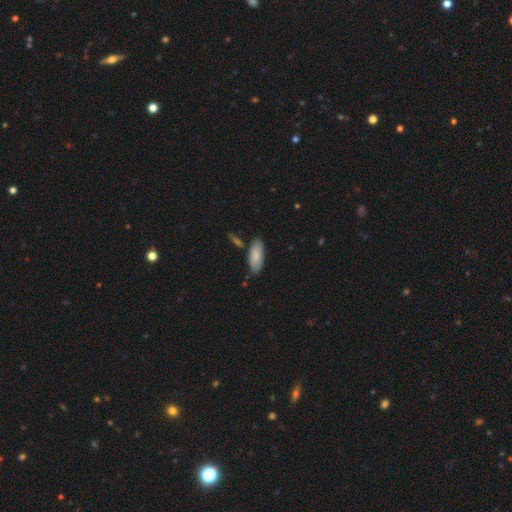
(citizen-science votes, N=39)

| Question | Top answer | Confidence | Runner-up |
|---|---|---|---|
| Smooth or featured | smooth | 82% | featured or disk (10%) |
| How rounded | in between | 72% | cigar-shaped (28%) |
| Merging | none | 78% | merger (11%) |